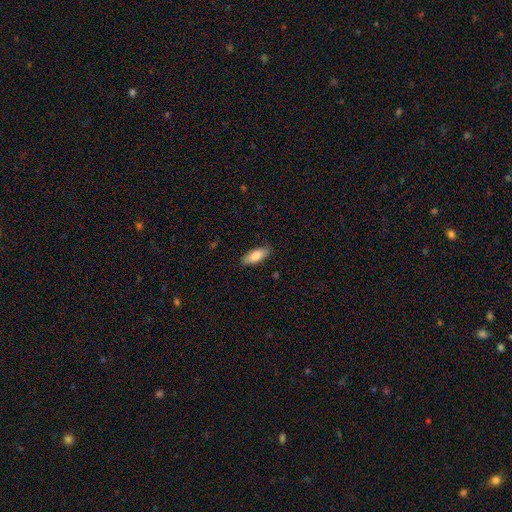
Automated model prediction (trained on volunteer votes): Morphology: type=smooth (82%); roundness=in between (79%); merging=none (86%).